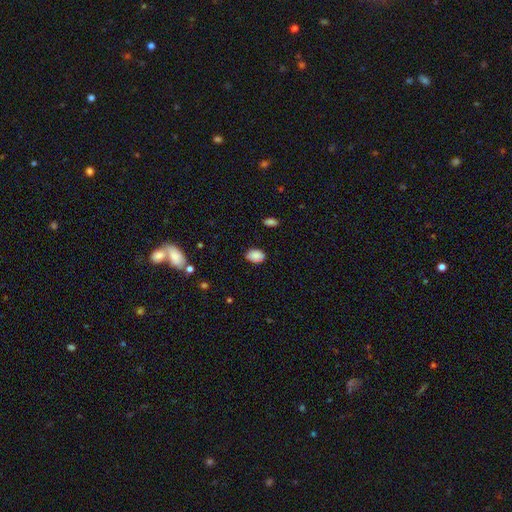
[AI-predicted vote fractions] This appears to be a smooth galaxy with no disk features (86%) that is in between round and cigar-shaped (78%). Merging: none (78%).